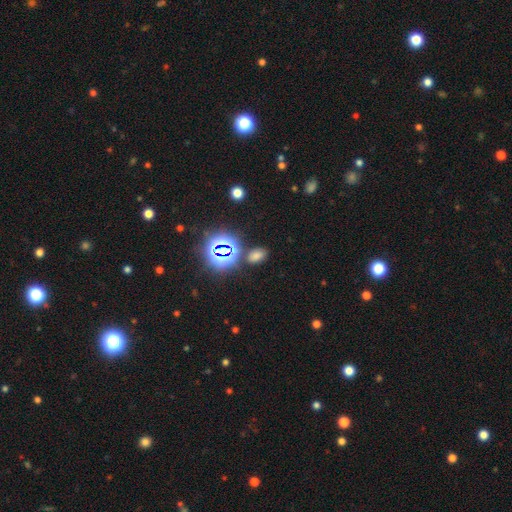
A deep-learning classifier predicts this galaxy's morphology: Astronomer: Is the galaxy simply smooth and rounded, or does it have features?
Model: smooth — 60%.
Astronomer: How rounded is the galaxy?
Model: in between — 85%.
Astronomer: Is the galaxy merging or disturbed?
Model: none — 80%.